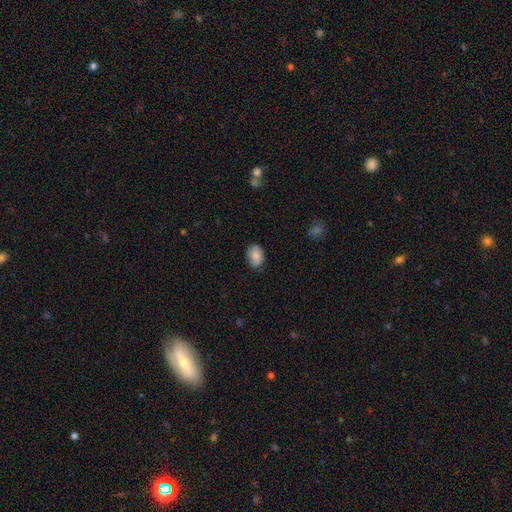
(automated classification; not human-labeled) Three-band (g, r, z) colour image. It shows a smooth galaxy with no disk features (84%) that is in between round and cigar-shaped (78%). Merging: none (74%).